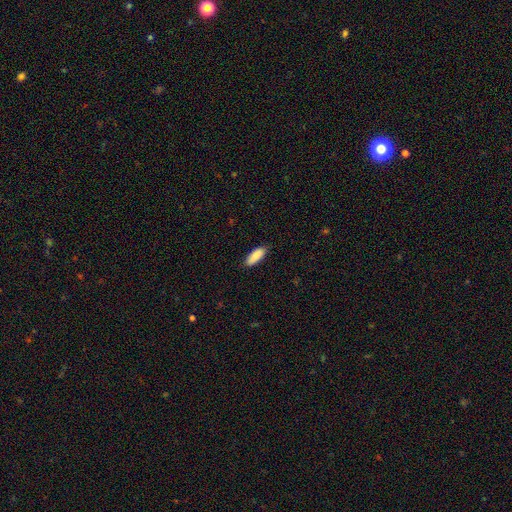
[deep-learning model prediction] This is clearly a smooth galaxy (90%). How rounded: likely in between (70%). Merging: clearly none (86%).